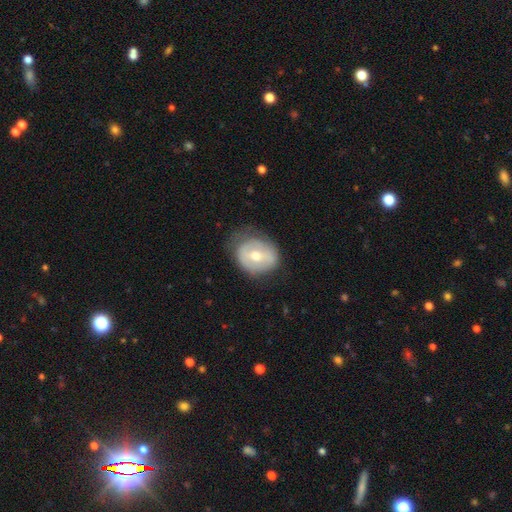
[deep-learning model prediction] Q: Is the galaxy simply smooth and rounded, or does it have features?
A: featured or disk — 52%.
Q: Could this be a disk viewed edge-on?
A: no — 95%.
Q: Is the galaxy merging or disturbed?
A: none — 64%.